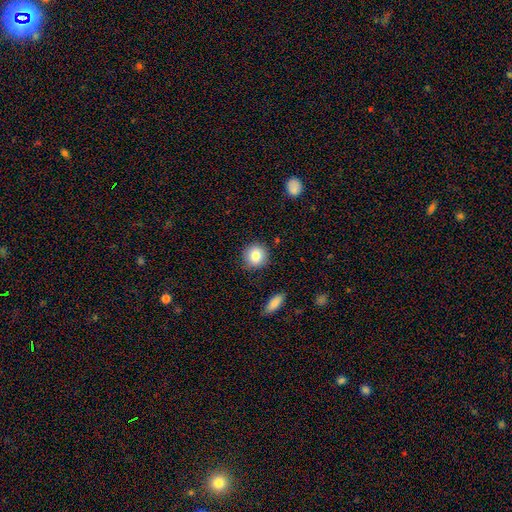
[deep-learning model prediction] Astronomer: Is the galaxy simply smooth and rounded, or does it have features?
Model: smooth — 83%.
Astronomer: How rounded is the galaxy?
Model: round — 91%.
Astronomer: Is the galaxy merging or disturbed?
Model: none — 87%.